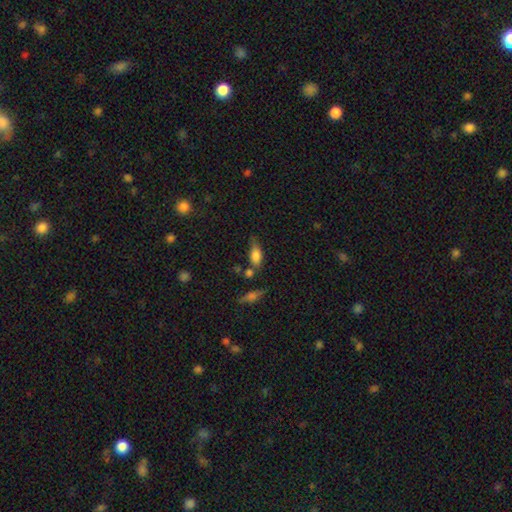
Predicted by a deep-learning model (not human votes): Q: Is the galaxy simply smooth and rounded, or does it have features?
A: smooth — 76%.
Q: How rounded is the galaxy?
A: in between — 80%.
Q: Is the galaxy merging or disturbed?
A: none — 48%.